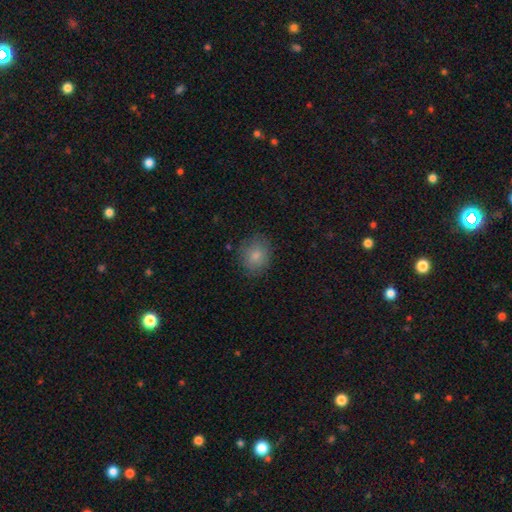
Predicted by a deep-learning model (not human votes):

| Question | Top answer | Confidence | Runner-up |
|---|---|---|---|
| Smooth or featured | smooth | 83% | featured or disk (9%) |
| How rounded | round | 66% | in between (34%) |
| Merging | none | 81% | minor disturbance (14%) |